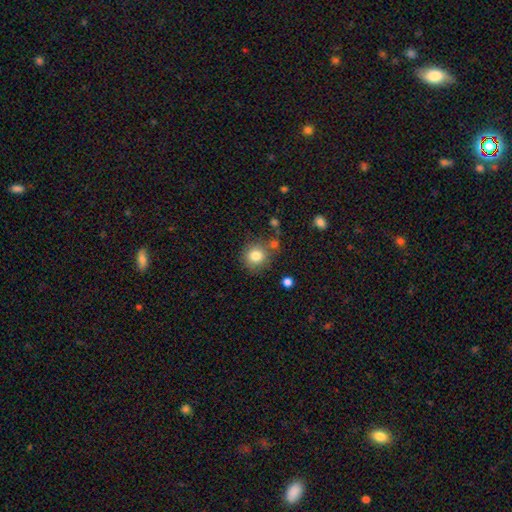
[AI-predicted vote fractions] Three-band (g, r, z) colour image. It shows a smooth galaxy with no disk features (82%) that is round (88%). Merging: none (72%).